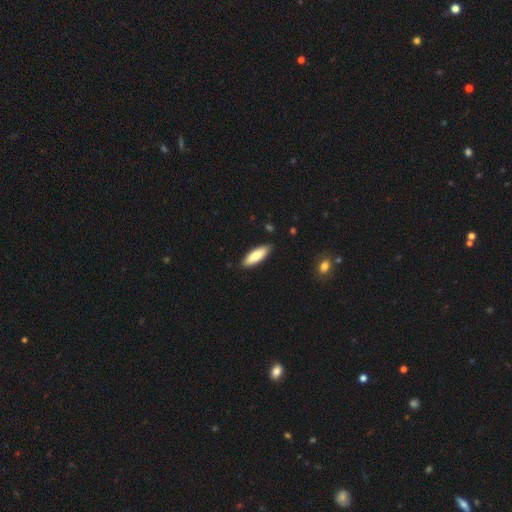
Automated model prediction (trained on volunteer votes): Morphology: type=smooth (79%); roundness=in between (61%); merging=none (88%).